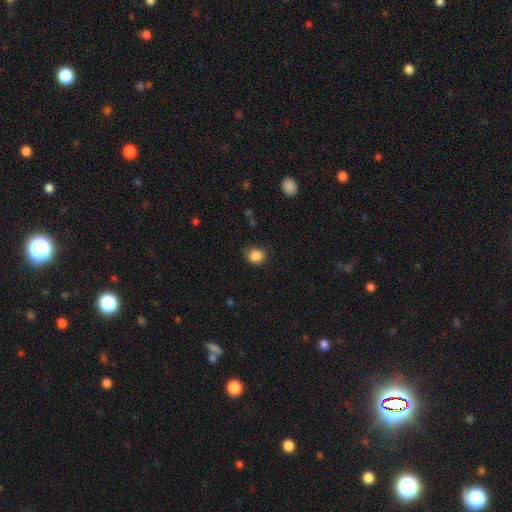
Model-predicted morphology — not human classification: Smooth or featured: smooth — 86% (star or artifact — 10%)
How rounded: round — 80% (in between — 19%)
Merging: none — 80% (minor disturbance — 15%)